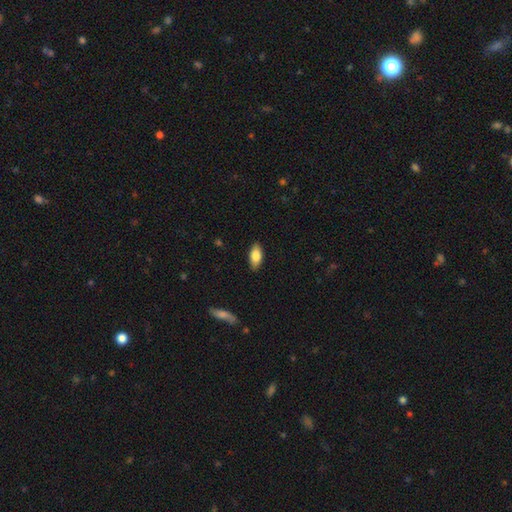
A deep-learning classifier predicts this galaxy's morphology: A smooth galaxy with no disk features (81%) that is in between round and cigar-shaped (87%).

Vote fractions:
- Smooth or featured? smooth: 81% / featured or disk: 13% / star or artifact: 6%
- How rounded? in between: 87% / cigar-shaped: 10% / round: 3%
- Merging? none: 88% / minor disturbance: 9% / major disturbance: 2% / merger: 1%